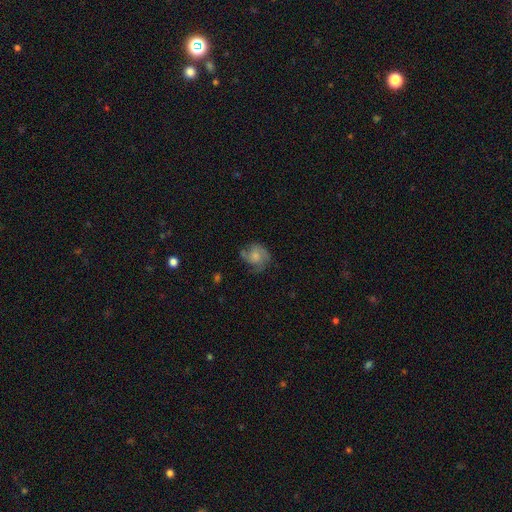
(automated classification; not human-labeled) smooth_or_featured: featured or disk (p=0.53) [alt: smooth p=0.38]
disk_edge_on: no (p=0.97) [alt: yes p=0.03]
bar: no (p=0.73) [alt: weak p=0.23]
has_spiral_arms: yes (p=0.85) [alt: no p=0.15]
bulge_size: small (p=0.38) [alt: moderate p=0.37]
merging: none (p=0.59) [alt: minor disturbance p=0.24]